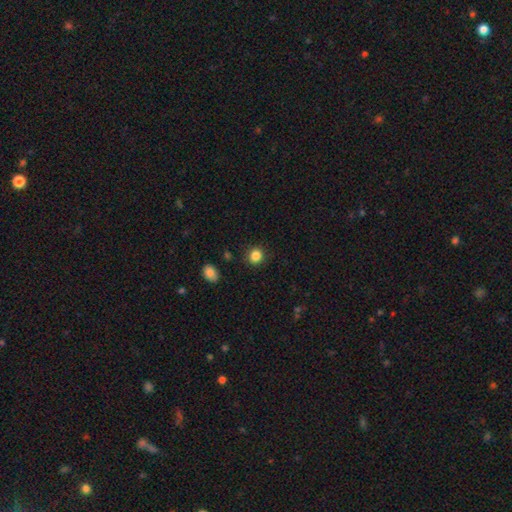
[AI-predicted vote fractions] The model was most divided on "how rounded": round: 84%, in between: 15%, cigar-shaped: 1%. More confident: merging — none (88%); smooth or featured — smooth (86%).